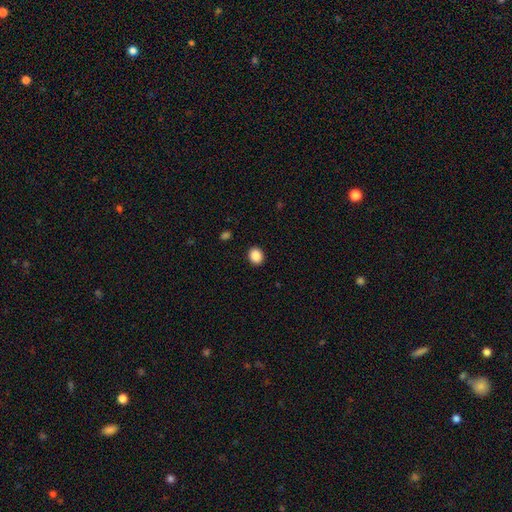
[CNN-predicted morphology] The model was most divided on "how rounded": round: 59%, in between: 40%, cigar-shaped: 1%. More confident: merging — none (91%); smooth or featured — smooth (88%).